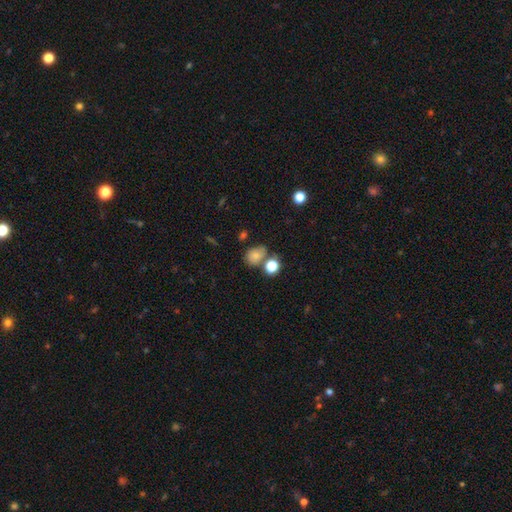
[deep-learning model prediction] Smooth or featured?
  - smooth: 74% *
  - star or artifact: 13%
  - featured or disk: 13%
How rounded?
  - in between: 52% *
  - round: 47%
  - cigar-shaped: 1%
Merging?
  - none: 53% *
  - merger: 20%
  - minor disturbance: 19%
  - major disturbance: 7%